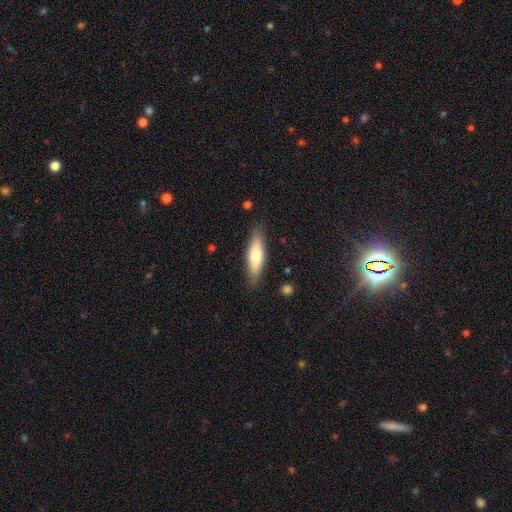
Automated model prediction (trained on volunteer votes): A smooth galaxy with no disk features (66%) that is cigar-shaped (55%).

Vote fractions:
- Smooth or featured? smooth: 66% / featured or disk: 28% / star or artifact: 6%
- How rounded? cigar-shaped: 55% / in between: 43% / round: 2%
- Merging? none: 84% / minor disturbance: 12% / major disturbance: 2% / merger: 1%